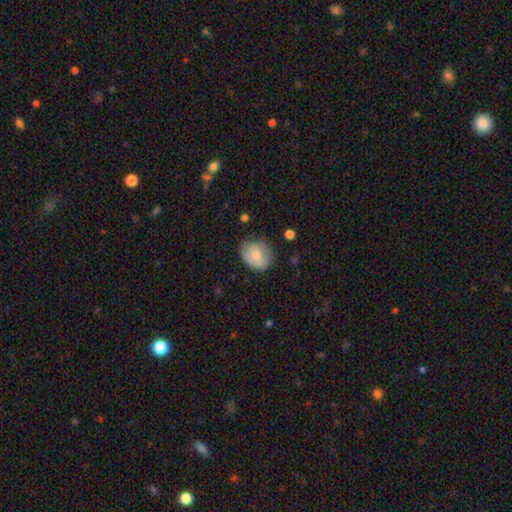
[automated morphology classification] Smooth or featured: smooth — 72% (featured or disk — 21%)
How rounded: round — 52% (in between — 47%)
Merging: none — 67% (minor disturbance — 25%)